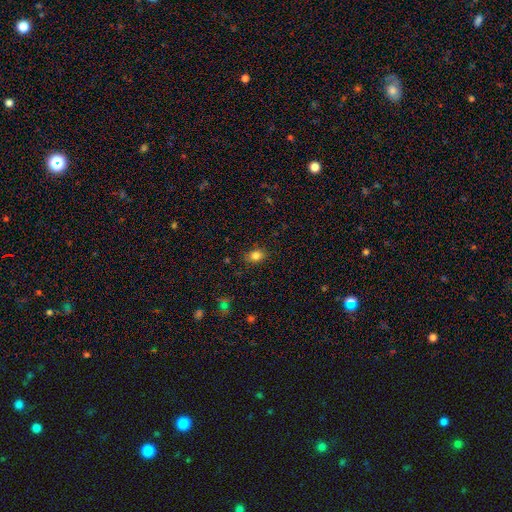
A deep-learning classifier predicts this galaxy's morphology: Smooth or featured? Predicted: smooth (p=0.83). How rounded? Predicted: in between (p=0.61). Merging? Predicted: none (p=0.84).